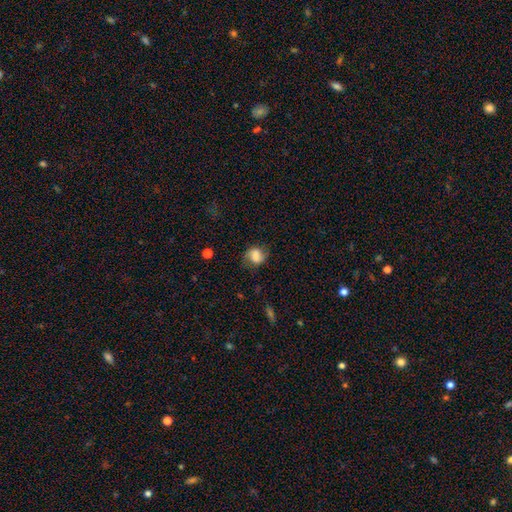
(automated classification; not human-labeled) The model was most divided on "how rounded": round: 51%, in between: 47%, cigar-shaped: 1%. More confident: smooth or featured — smooth (64%); merging — none (60%).